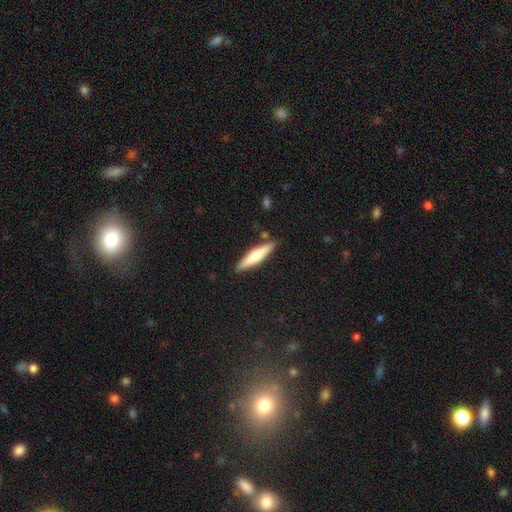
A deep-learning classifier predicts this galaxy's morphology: smooth_or_featured: smooth (p=0.50) [alt: featured or disk p=0.44]
how_rounded: cigar-shaped (p=0.83) [alt: in between p=0.16]
merging: none (p=0.87) [alt: minor disturbance p=0.09]